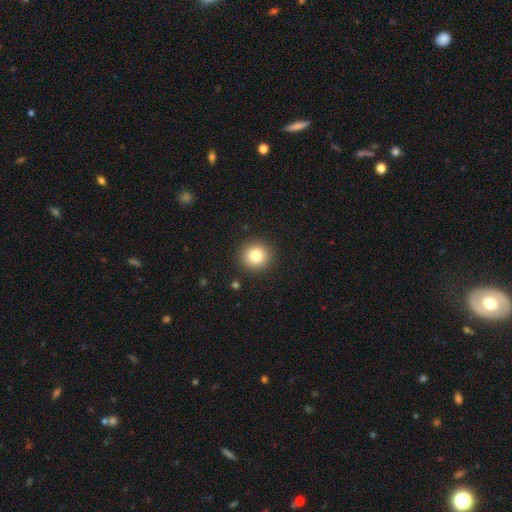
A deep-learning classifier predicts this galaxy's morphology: A smooth galaxy with no disk features (80%) that is round (94%).

Vote fractions:
- Smooth or featured? smooth: 80% / star or artifact: 11% / featured or disk: 9%
- How rounded? round: 94% / in between: 5% / cigar-shaped: 1%
- Merging? none: 91% / minor disturbance: 6% / major disturbance: 2% / merger: 1%